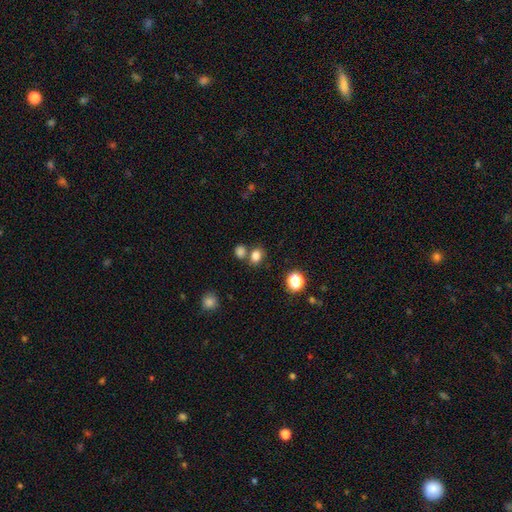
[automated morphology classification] smooth 79%, star or artifact 15%, featured or disk 6%. Down the decision tree: how rounded — round (50%); merging — none (61%).